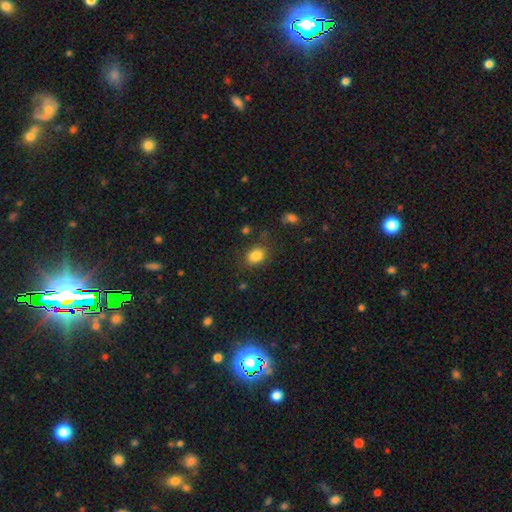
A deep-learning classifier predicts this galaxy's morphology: smooth 84%, star or artifact 10%, featured or disk 6%. Down the decision tree: how rounded — in between (59%); merging — none (79%).